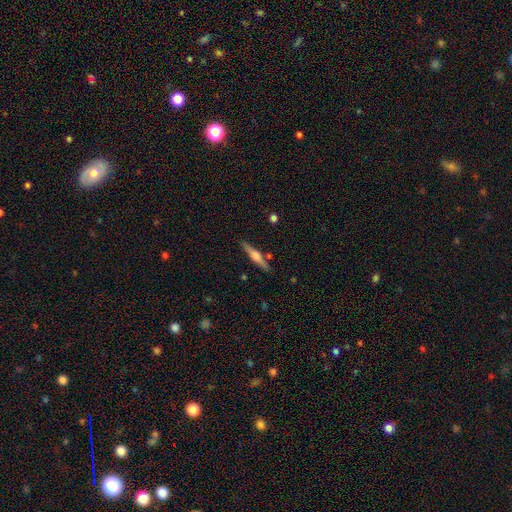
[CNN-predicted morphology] Smooth or featured: featured or disk — 61% (smooth — 33%)
Edge-on disk: yes — 97% (no — 3%)
Edge-on bulge: rounded — 80% (boxy — 13%)
Merging: none — 85% (minor disturbance — 9%)